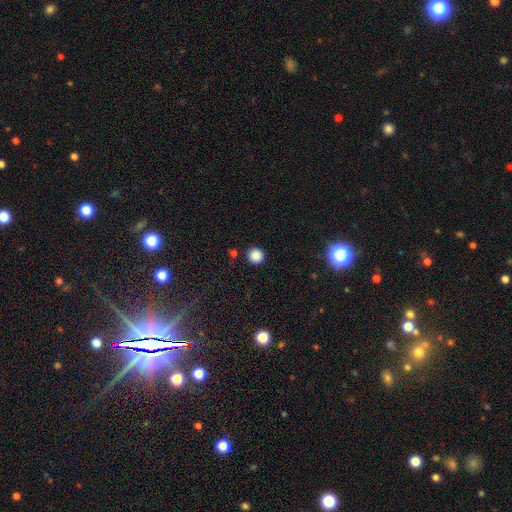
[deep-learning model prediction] Q: Smooth or featured?
A: smooth (86%); runner-up: star or artifact (11%)
Q: How rounded?
A: round (94%); runner-up: in between (5%)
Q: Merging?
A: none (90%); runner-up: minor disturbance (6%)